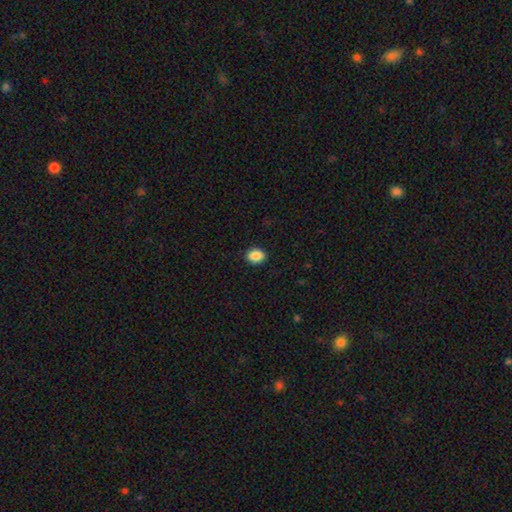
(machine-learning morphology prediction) Smooth or featured?
  - smooth: 88% *
  - star or artifact: 8%
  - featured or disk: 4%
How rounded?
  - in between: 63% *
  - round: 36%
  - cigar-shaped: 1%
Merging?
  - none: 90% *
  - minor disturbance: 7%
  - major disturbance: 2%
  - merger: 1%